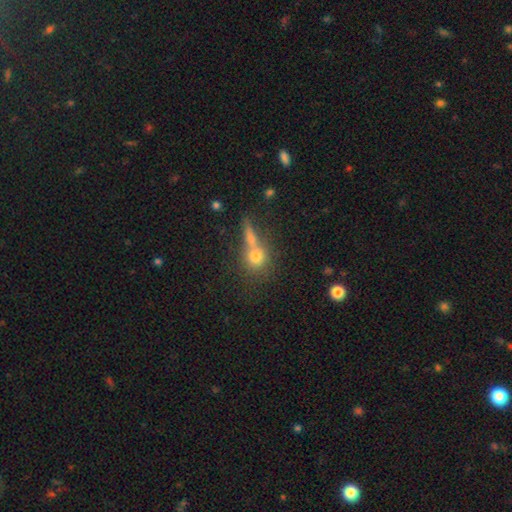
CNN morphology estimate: type=smooth (73%); roundness=round (80%); merging=none (46%).